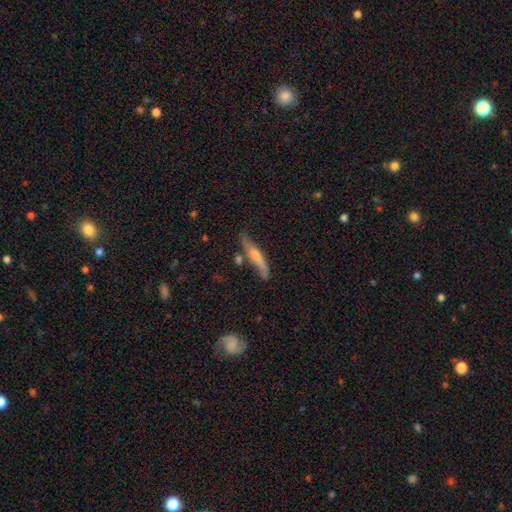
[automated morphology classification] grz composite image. It shows a featured or disk galaxy (53%) viewed edge-on (84%). Merging: none (67%).